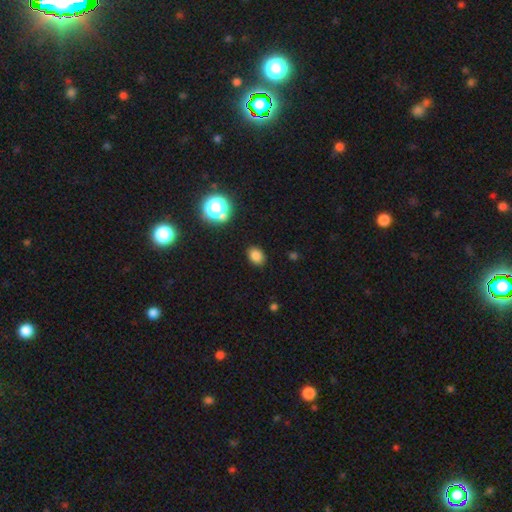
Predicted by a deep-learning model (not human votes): Smooth or featured? smooth (80%)
How rounded? in between (63%)
Merging? none (87%)